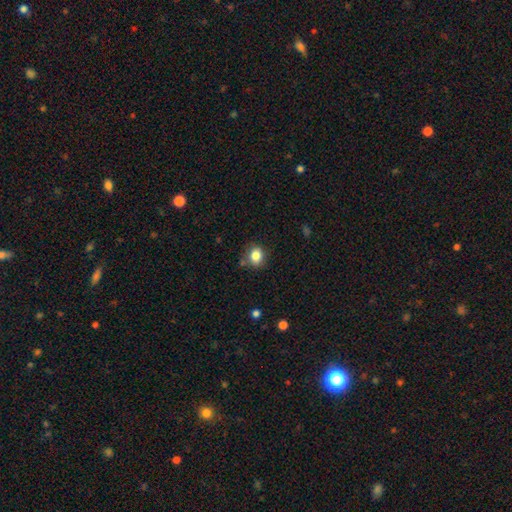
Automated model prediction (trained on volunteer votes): Overall: smooth (84%). How rounded: round (60%; in between 39%). Merging: none (77%).